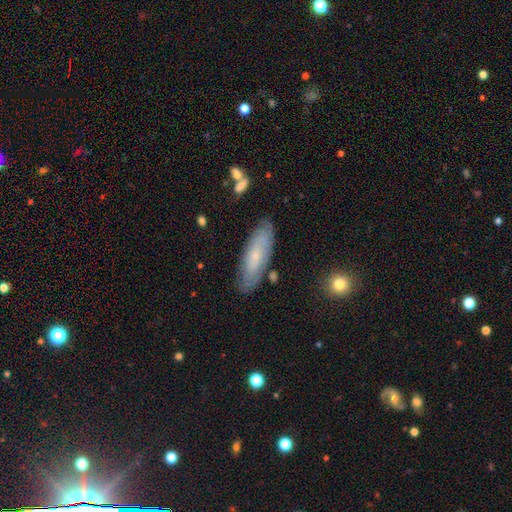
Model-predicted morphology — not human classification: Smooth or featured? smooth (49%)
Merging? none (80%)